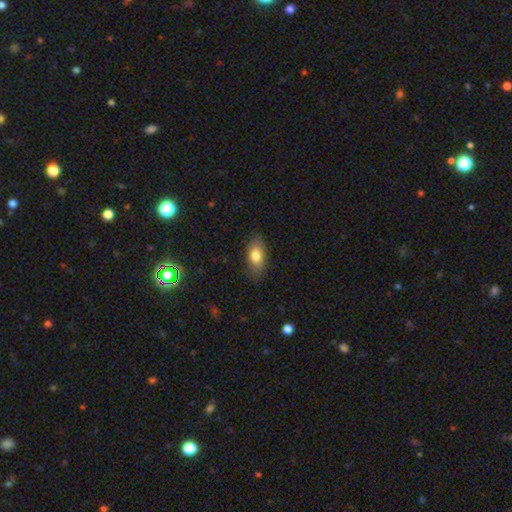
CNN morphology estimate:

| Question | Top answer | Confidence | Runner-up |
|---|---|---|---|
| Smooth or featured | smooth | 80% | featured or disk (13%) |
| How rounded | in between | 88% | round (6%) |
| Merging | none | 79% | minor disturbance (16%) |